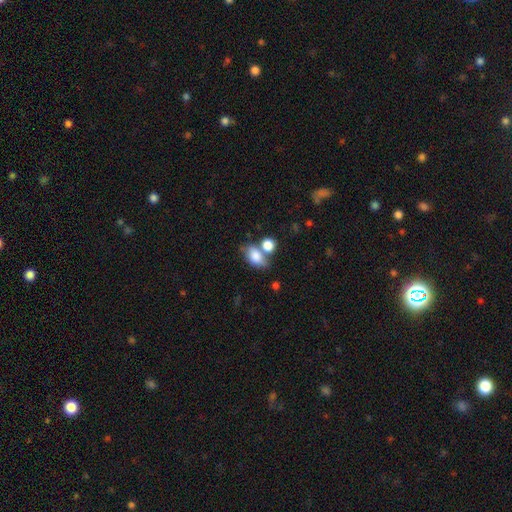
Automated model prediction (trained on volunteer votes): Smooth or featured? Predicted: smooth (p=0.80). How rounded? Predicted: in between (p=0.81). Merging? Predicted: merger (p=0.40).